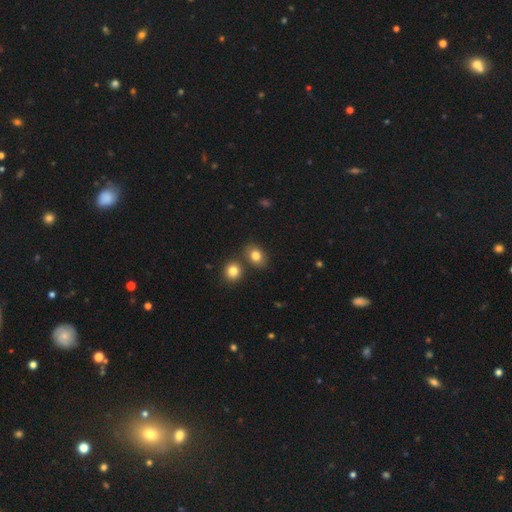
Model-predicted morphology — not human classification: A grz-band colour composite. It shows a smooth galaxy with no disk features (81%) that is in between round and cigar-shaped (62%). Merging: none (72%).